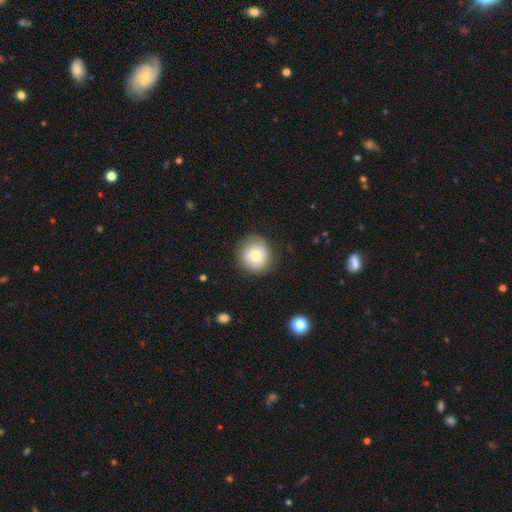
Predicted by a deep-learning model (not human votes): Smooth or featured? smooth (74%)
How rounded? round (91%)
Merging? none (80%)